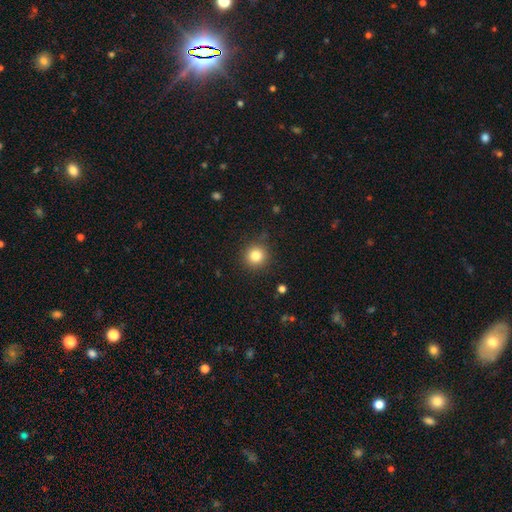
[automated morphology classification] This is clearly a smooth galaxy (82%). How rounded: clearly round (94%). Merging: clearly none (88%).